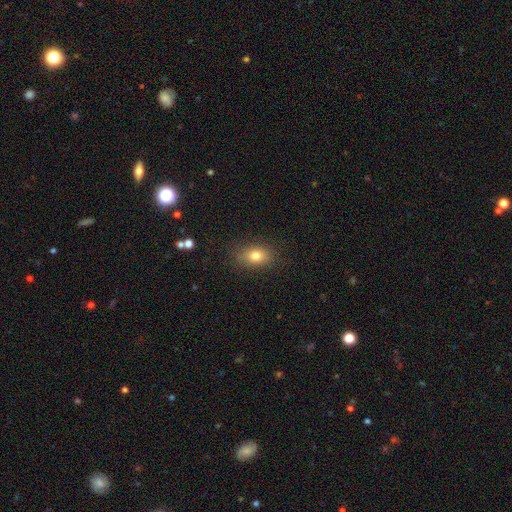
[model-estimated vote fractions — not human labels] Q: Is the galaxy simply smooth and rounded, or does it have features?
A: smooth — 79%.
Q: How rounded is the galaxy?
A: in between — 74%.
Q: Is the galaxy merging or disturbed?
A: none — 84%.